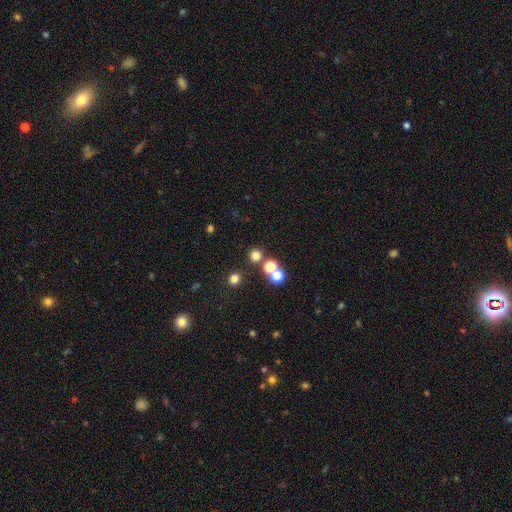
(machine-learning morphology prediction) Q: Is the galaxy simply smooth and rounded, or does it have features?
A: smooth — 72%.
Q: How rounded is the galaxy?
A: round — 92%.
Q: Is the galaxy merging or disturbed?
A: none — 76%.